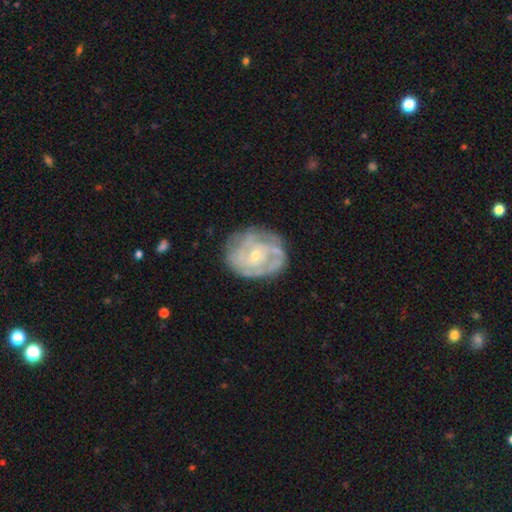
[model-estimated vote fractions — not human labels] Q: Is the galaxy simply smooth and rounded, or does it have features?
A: featured or disk — 82%.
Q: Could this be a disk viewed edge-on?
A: no — 98%.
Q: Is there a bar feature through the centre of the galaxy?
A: no — 66%.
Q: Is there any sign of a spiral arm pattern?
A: yes — 87%.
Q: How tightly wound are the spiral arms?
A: tight — 66%.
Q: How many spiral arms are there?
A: can't tell — 40%.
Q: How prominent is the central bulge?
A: small — 63%.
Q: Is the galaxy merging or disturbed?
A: none — 69%.